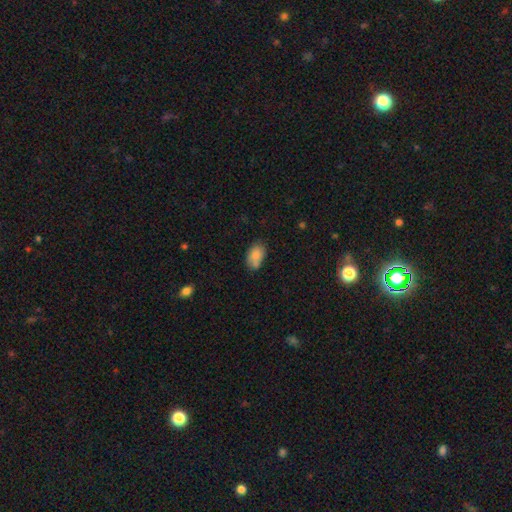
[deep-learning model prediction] Morphology: type=smooth (82%); roundness=in between (87%); merging=none (56%).